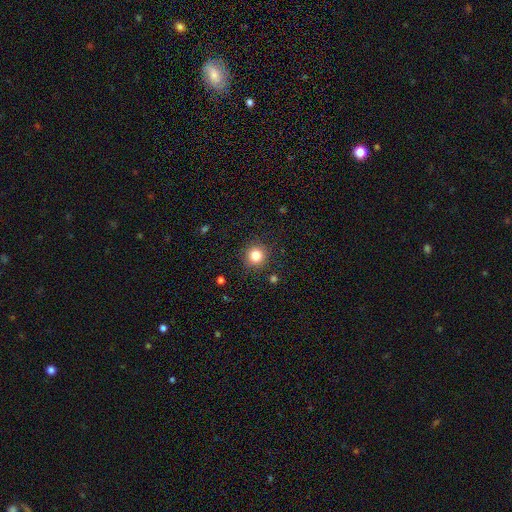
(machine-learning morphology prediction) Smooth or featured?
  - smooth: 83% *
  - star or artifact: 12%
  - featured or disk: 5%
How rounded?
  - round: 94% *
  - in between: 5%
  - cigar-shaped: 1%
Merging?
  - none: 89% *
  - minor disturbance: 7%
  - major disturbance: 3%
  - merger: 2%